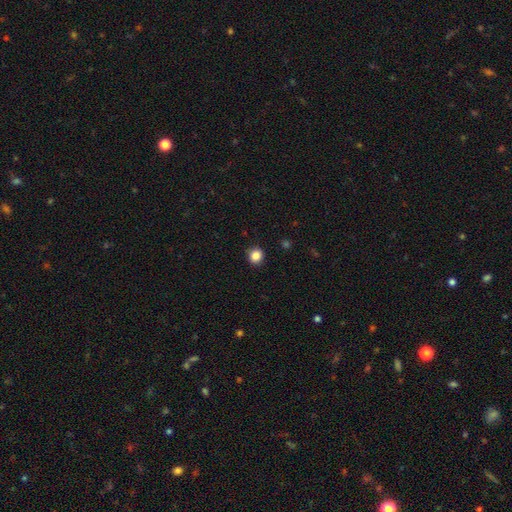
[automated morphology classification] A smooth galaxy with no disk features (86%) that is round (89%). Merging: none (91%).